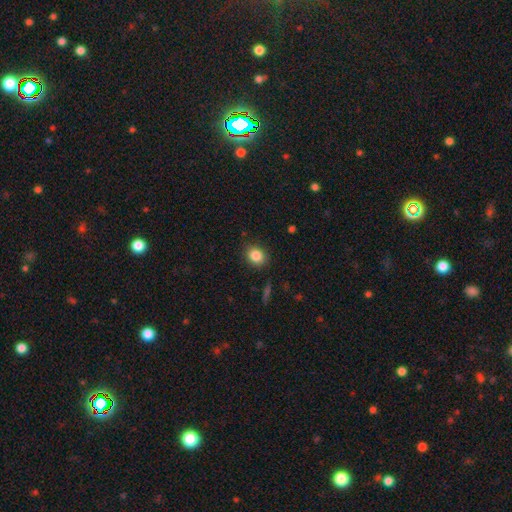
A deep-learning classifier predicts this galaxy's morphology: Q: Smooth or featured?
A: smooth (84%); runner-up: star or artifact (10%)
Q: How rounded?
A: round (60%); runner-up: in between (39%)
Q: Merging?
A: none (86%); runner-up: minor disturbance (10%)